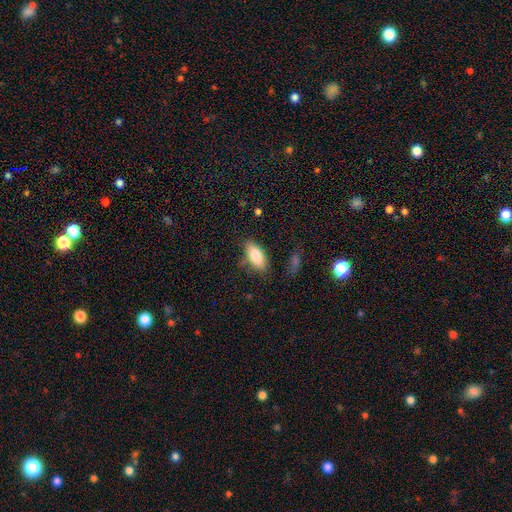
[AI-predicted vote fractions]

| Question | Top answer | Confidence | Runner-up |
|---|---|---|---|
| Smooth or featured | smooth | 81% | featured or disk (12%) |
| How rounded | in between | 88% | cigar-shaped (9%) |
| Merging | none | 78% | minor disturbance (15%) |